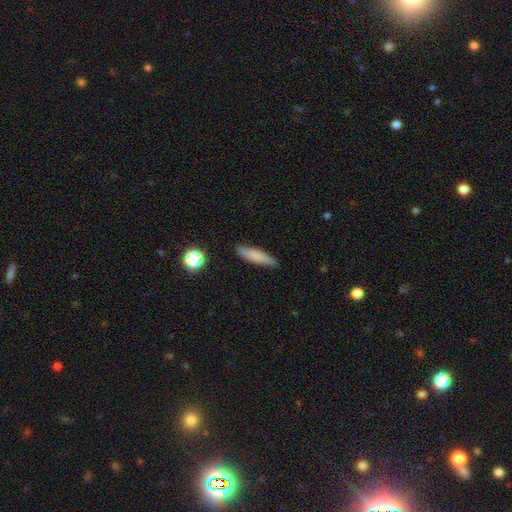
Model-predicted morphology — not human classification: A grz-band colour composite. It shows a smooth galaxy with no disk features (76%) that is cigar-shaped (75%). Merging: none (83%).